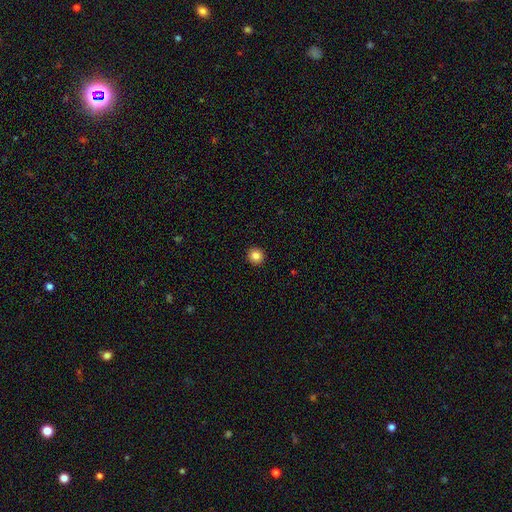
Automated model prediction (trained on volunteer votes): The model was most divided on "smooth or featured": smooth: 85%, star or artifact: 11%, featured or disk: 5%. More confident: merging — none (94%); how rounded — round (93%).